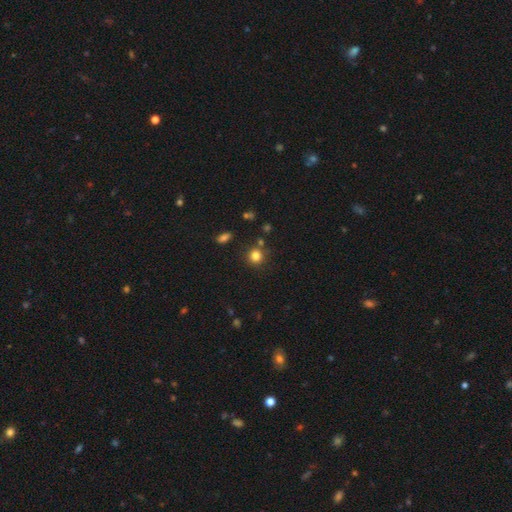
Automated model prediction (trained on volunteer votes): Q: Smooth or featured?
A: smooth (81%); runner-up: star or artifact (13%)
Q: How rounded?
A: round (90%); runner-up: in between (10%)
Q: Merging?
A: none (81%); runner-up: minor disturbance (9%)